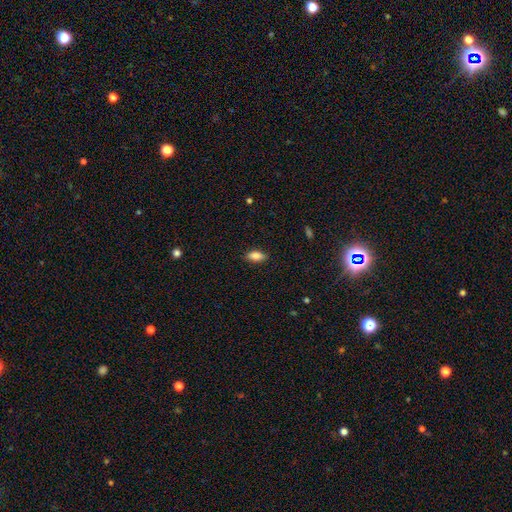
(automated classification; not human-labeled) This appears to be a smooth galaxy with no disk features (83%) that is in between round and cigar-shaped (86%). Merging: none (87%).